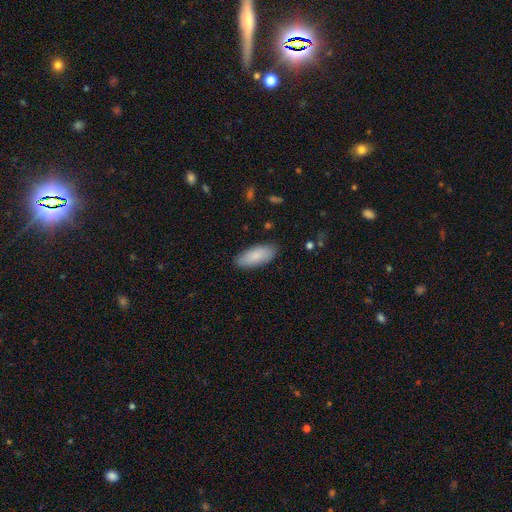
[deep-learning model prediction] Smooth or featured? smooth (87%)
How rounded? in between (82%)
Merging? none (86%)